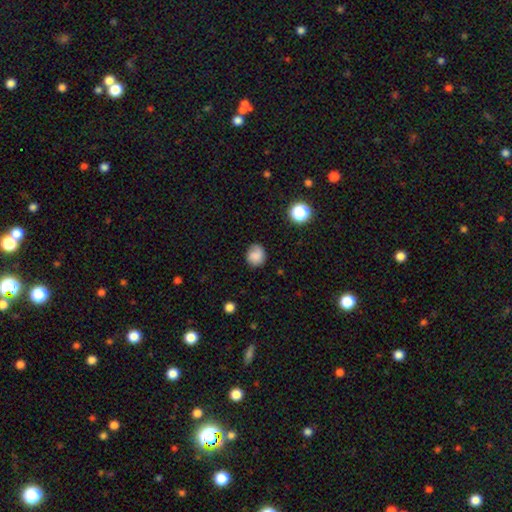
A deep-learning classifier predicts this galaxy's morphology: type=smooth (84%); roundness=round (80%); merging=none (77%).